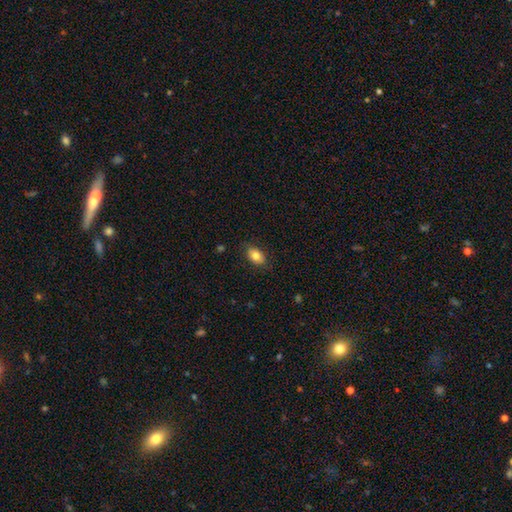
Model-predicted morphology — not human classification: A smooth galaxy with no disk features (81%) that is in between round and cigar-shaped (86%). Merging: none (85%).